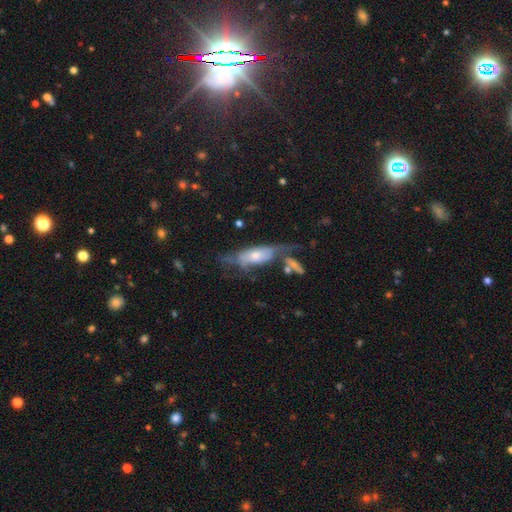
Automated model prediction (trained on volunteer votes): Smooth or featured? Predicted: featured or disk (p=0.48). Merging? Predicted: none (p=0.29).